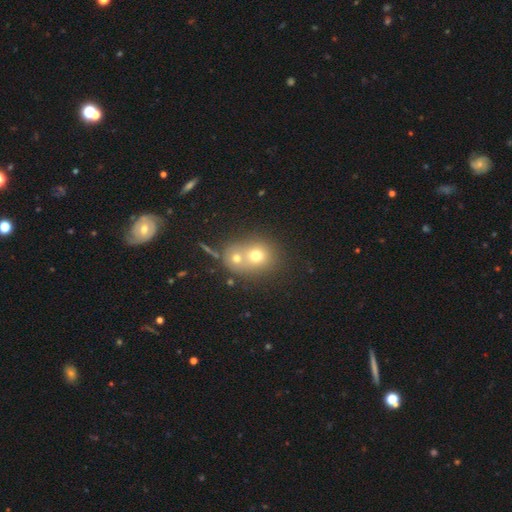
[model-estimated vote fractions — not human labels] Q: Smooth or featured?
A: smooth (66%); runner-up: featured or disk (18%)
Q: How rounded?
A: round (73%); runner-up: in between (26%)
Q: Merging?
A: merger (59%); runner-up: none (32%)